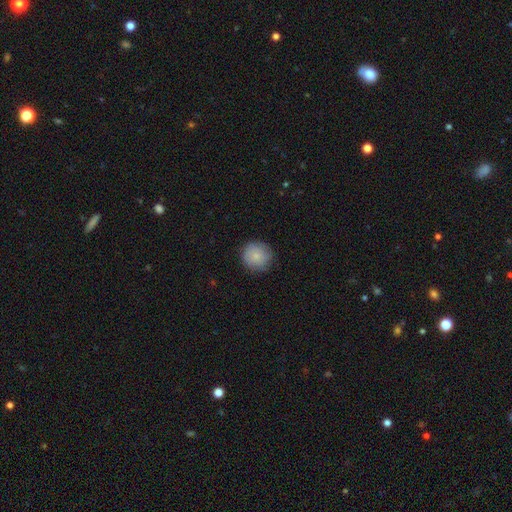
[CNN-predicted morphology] Smooth or featured: smooth — 82% (featured or disk — 10%)
How rounded: round — 93% (in between — 6%)
Merging: none — 84% (minor disturbance — 12%)